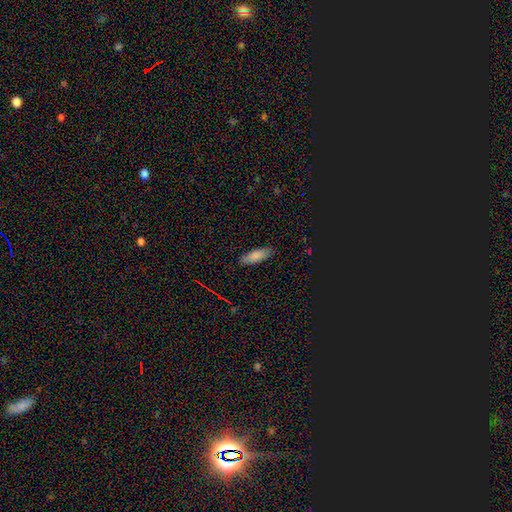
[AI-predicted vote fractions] Smooth or featured?
  - smooth: 85% *
  - featured or disk: 8%
  - star or artifact: 7%
How rounded?
  - in between: 61% *
  - cigar-shaped: 37%
  - round: 2%
Merging?
  - none: 86% *
  - minor disturbance: 11%
  - major disturbance: 2%
  - merger: 1%